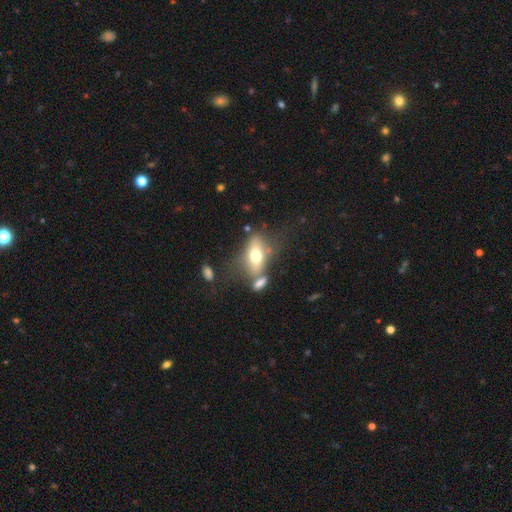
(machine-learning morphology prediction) Smooth or featured? Predicted: smooth (p=0.62). How rounded? Predicted: in between (p=0.80). Merging? Predicted: none (p=0.49).